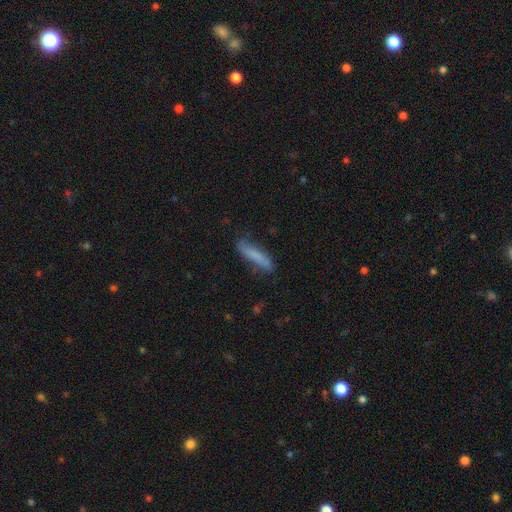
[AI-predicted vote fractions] Smooth or featured? Predicted: smooth (p=0.70). How rounded? Predicted: cigar-shaped (p=0.85). Merging? Predicted: none (p=0.75).